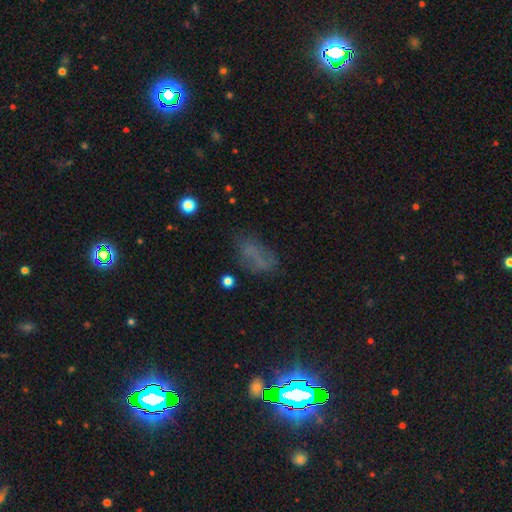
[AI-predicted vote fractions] This appears to be a smooth galaxy with no disk features (42%). Merging: none (54%).